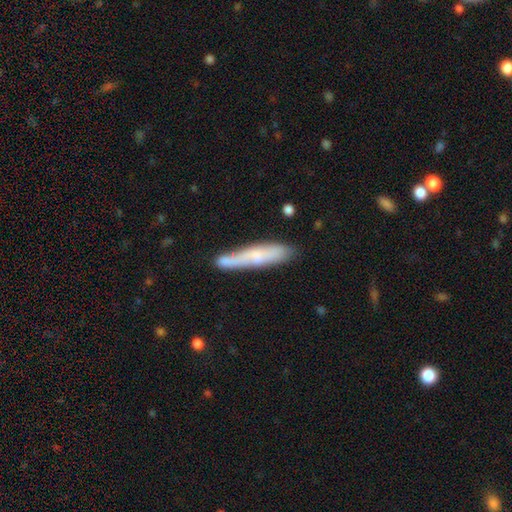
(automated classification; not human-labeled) Smooth or featured: smooth — 59% (featured or disk — 34%)
How rounded: cigar-shaped — 87% (in between — 11%)
Merging: none — 65% (minor disturbance — 21%)